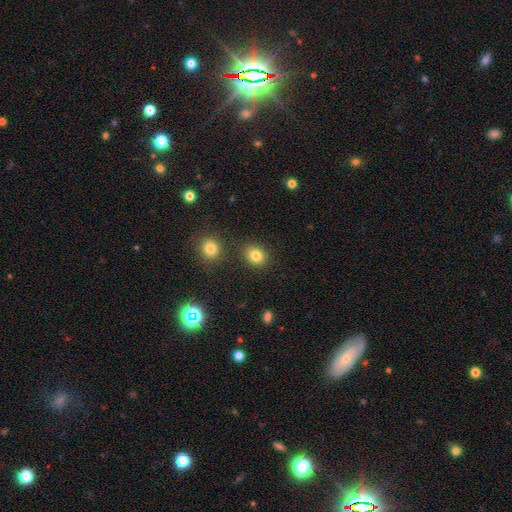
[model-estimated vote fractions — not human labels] smooth 83%, star or artifact 12%, featured or disk 6%. Down the decision tree: how rounded — round (55%); merging — none (84%).